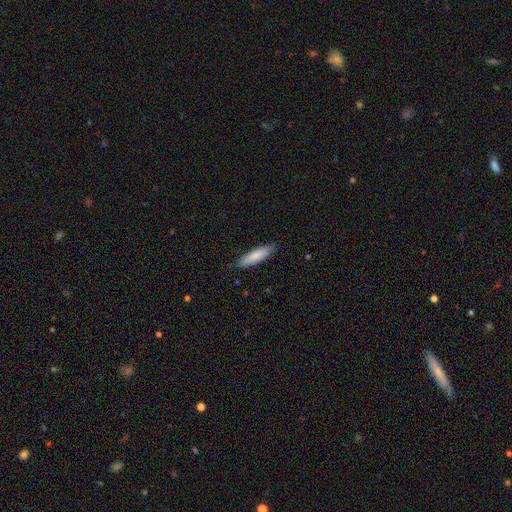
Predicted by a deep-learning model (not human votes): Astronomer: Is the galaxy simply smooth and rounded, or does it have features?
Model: smooth — 82%.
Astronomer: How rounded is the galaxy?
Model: cigar-shaped — 69%.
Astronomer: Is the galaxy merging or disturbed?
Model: none — 83%.